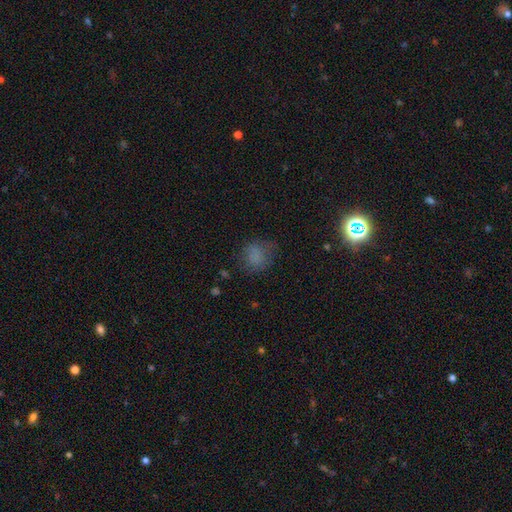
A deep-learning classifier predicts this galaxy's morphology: The model was most divided on "merging": none: 62%, minor disturbance: 23%, major disturbance: 13%, merger: 2%. More confident: smooth or featured — smooth (73%); how rounded — round (73%).